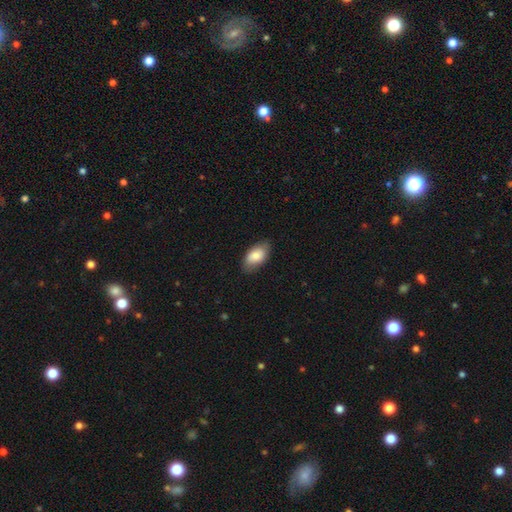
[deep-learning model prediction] Smooth or featured? smooth (82%)
How rounded? in between (93%)
Merging? none (81%)